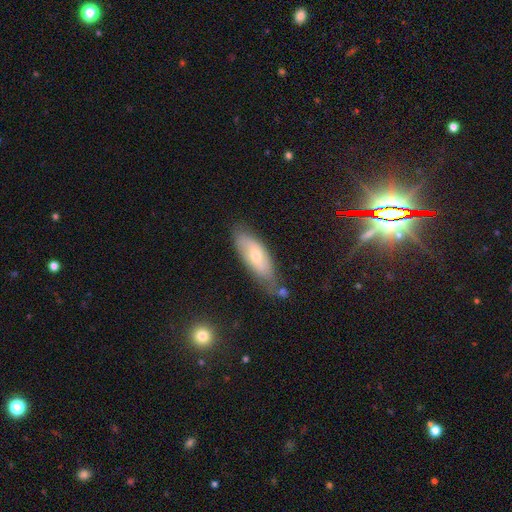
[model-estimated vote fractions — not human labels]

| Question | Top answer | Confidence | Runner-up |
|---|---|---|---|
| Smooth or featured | smooth | 53% | featured or disk (39%) |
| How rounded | in between | 65% | cigar-shaped (32%) |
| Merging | none | 64% | minor disturbance (25%) |